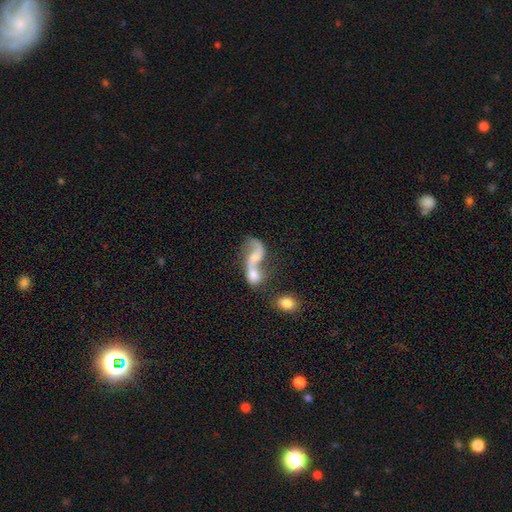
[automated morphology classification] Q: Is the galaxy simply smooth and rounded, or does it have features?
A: featured or disk — 68%.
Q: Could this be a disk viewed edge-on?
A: no — 96%.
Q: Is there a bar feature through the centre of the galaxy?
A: no — 57%.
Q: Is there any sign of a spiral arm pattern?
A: yes — 82%.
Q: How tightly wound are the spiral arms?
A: loose — 85%.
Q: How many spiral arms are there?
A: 2 — 80%.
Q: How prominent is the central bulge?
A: small — 37%.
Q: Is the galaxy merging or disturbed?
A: merger — 64%.